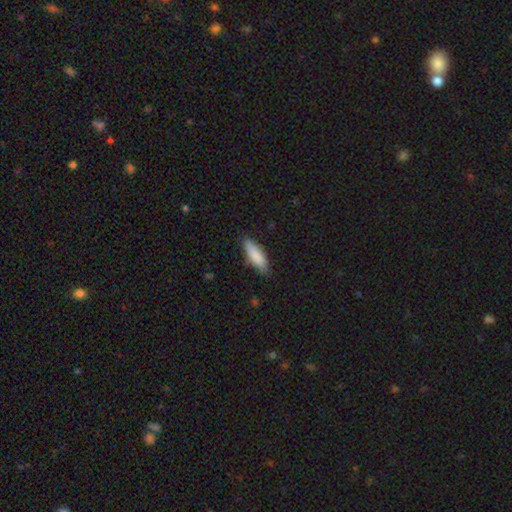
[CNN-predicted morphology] The model was most divided on "how rounded": in between: 52%, cigar-shaped: 46%, round: 2%. More confident: smooth or featured — smooth (87%); merging — none (81%).